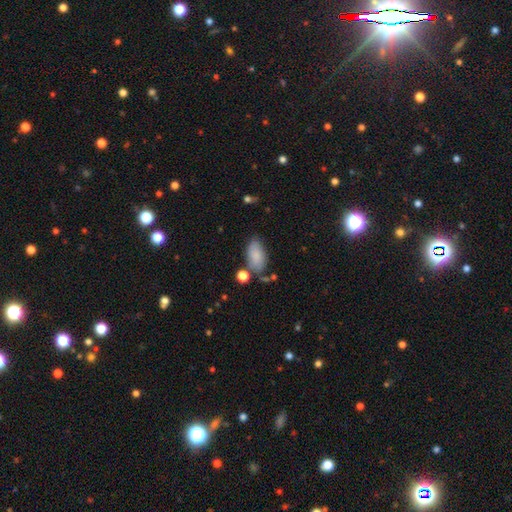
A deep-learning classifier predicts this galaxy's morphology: Q: Smooth or featured?
A: smooth (82%); runner-up: featured or disk (10%)
Q: How rounded?
A: in between (93%); runner-up: round (4%)
Q: Merging?
A: none (66%); runner-up: minor disturbance (20%)